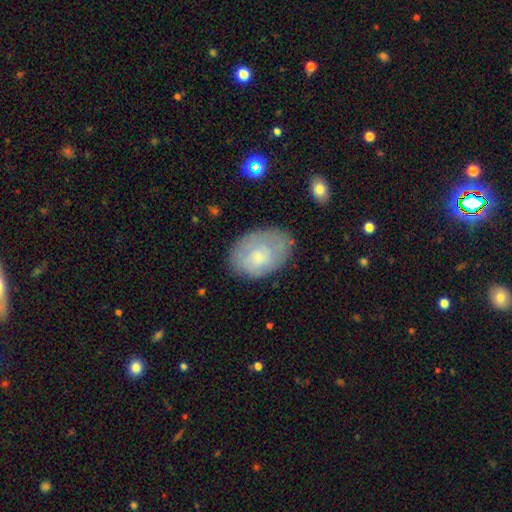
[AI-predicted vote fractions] Smooth or featured? Predicted: smooth (p=0.55). How rounded? Predicted: in between (p=0.83). Merging? Predicted: none (p=0.72).